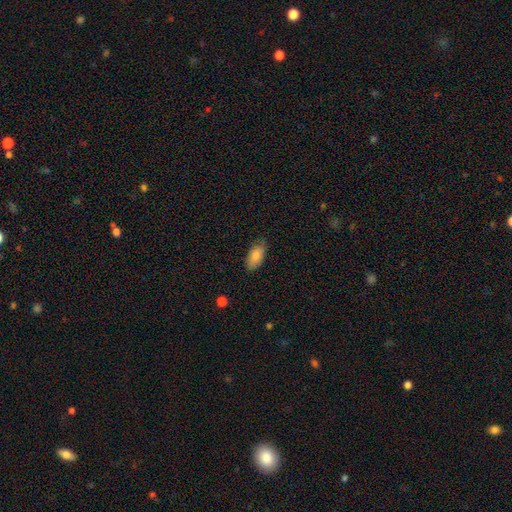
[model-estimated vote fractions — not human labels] This appears to be a smooth galaxy with no disk features (82%) that is in between round and cigar-shaped (91%). Merging: none (81%).